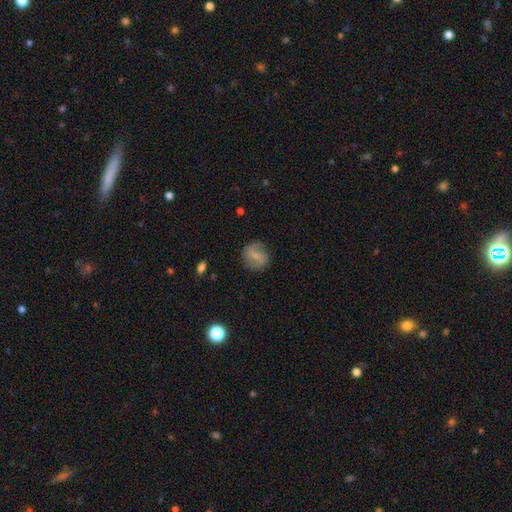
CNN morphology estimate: smooth_or_featured: smooth (p=0.53) [alt: featured or disk p=0.38]
how_rounded: round (p=0.82) [alt: in between p=0.17]
merging: none (p=0.79) [alt: minor disturbance p=0.15]